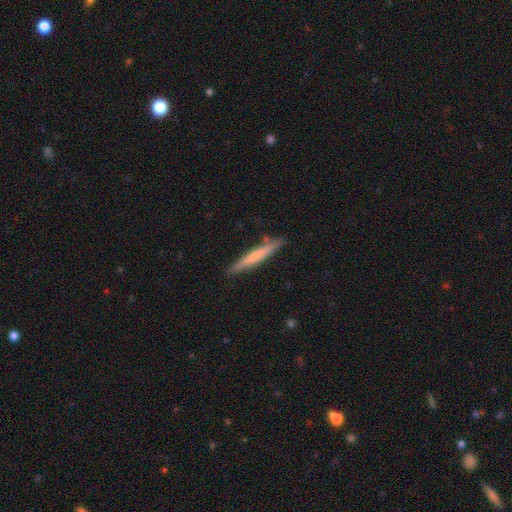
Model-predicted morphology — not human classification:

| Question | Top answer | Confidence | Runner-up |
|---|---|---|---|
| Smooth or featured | smooth | 58% | featured or disk (36%) |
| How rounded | cigar-shaped | 96% | in between (3%) |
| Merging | none | 87% | minor disturbance (10%) |